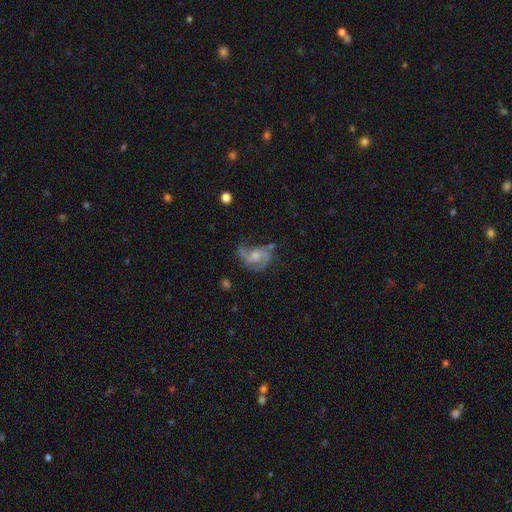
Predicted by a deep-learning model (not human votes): featured or disk 74%, smooth 15%, star or artifact 11%. Down the decision tree: edge-on disk — no (97%); bar — no (60%); spiral arms — yes (89%); spiral arm count — 2 (63%); spiral winding — medium (45%); bulge size — moderate (48%); merging — none (50%).